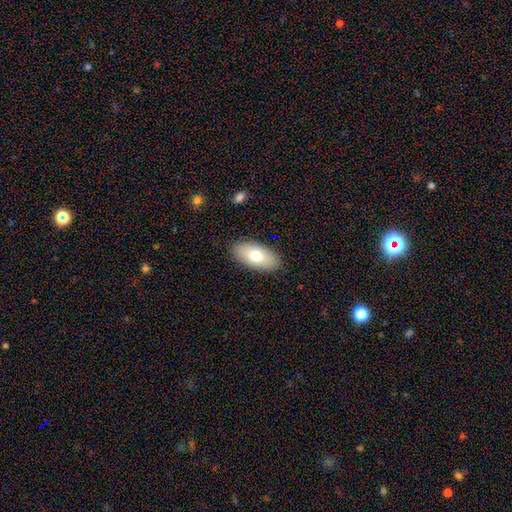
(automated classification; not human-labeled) Smooth or featured?
  - smooth: 72% *
  - featured or disk: 21%
  - star or artifact: 7%
How rounded?
  - in between: 93% *
  - cigar-shaped: 5%
  - round: 3%
Merging?
  - none: 89% *
  - minor disturbance: 8%
  - major disturbance: 2%
  - merger: 1%